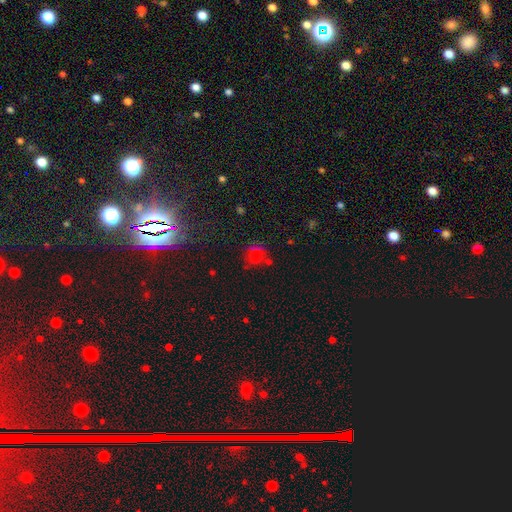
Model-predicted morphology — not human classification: The model was most divided on "smooth or featured": smooth: 53%, star or artifact: 32%, featured or disk: 15%. More confident: how rounded — round (81%); merging — none (60%).